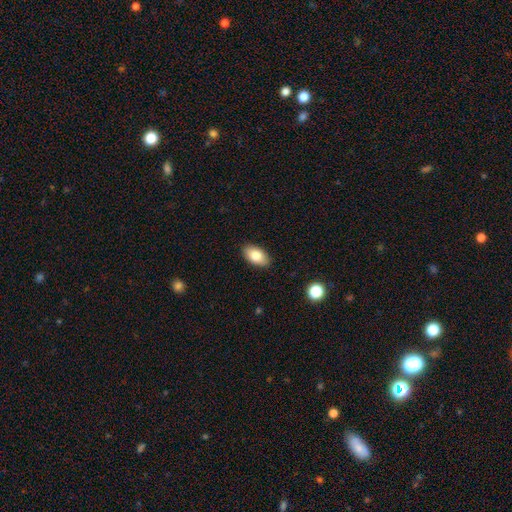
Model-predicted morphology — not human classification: Smooth or featured: smooth — 83% (featured or disk — 10%)
How rounded: in between — 94% (round — 4%)
Merging: none — 89% (minor disturbance — 8%)